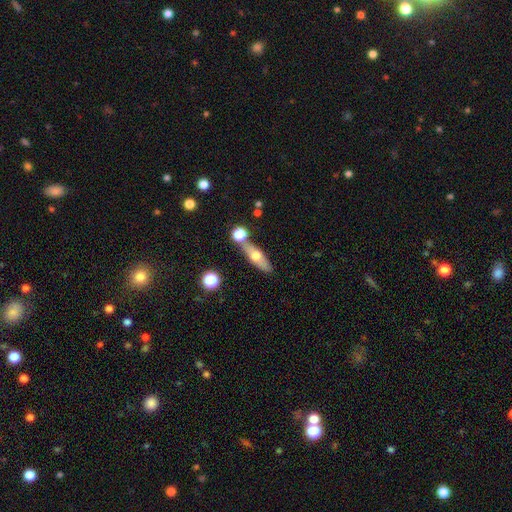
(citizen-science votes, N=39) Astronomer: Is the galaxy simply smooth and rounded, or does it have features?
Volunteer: featured or disk — 59% (runner-up: smooth, 38%).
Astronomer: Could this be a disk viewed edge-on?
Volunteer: yes — 65%.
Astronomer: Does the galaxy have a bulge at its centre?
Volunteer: rounded — 93%.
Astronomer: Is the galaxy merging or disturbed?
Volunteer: none — 74%.